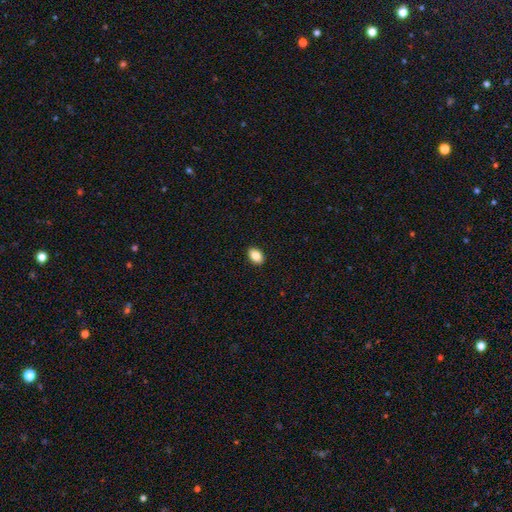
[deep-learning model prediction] Smooth or featured: smooth — 86% (star or artifact — 8%)
How rounded: in between — 87% (round — 11%)
Merging: none — 90% (minor disturbance — 7%)